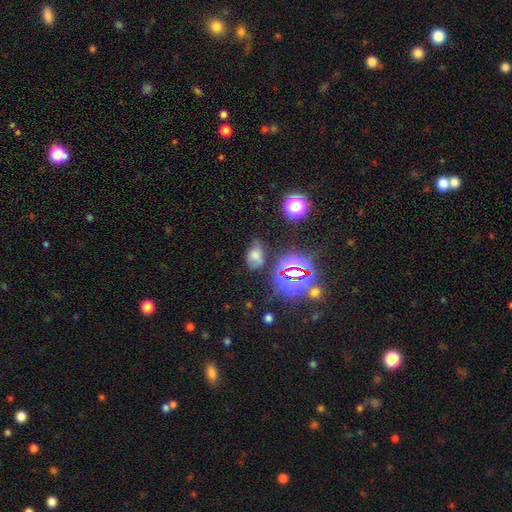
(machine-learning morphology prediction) A smooth galaxy with no disk features (53%) that is in between round and cigar-shaped (81%). Merging: none (48%).